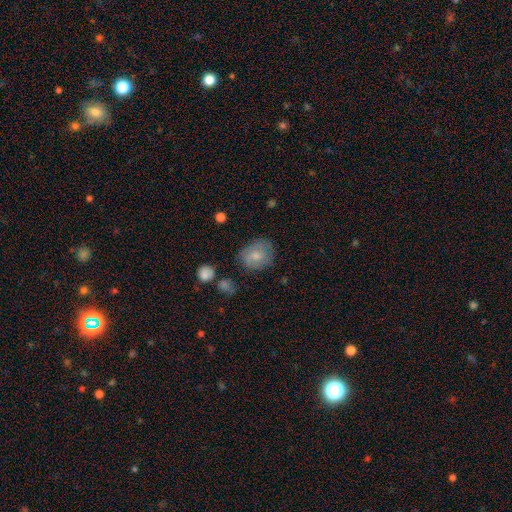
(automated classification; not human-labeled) Morphology: type=smooth (68%); roundness=round (60%); merging=none (70%).